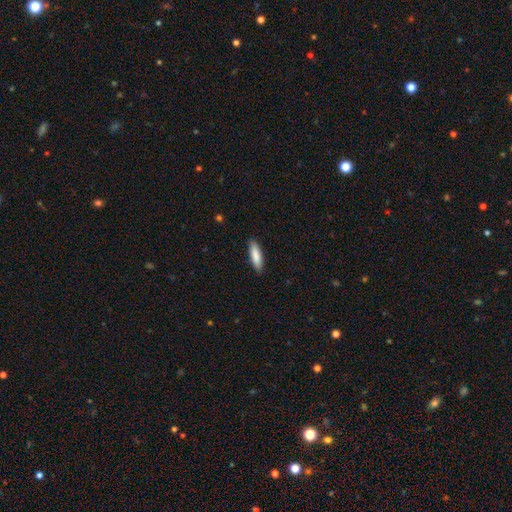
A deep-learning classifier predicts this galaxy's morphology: A smooth galaxy with no disk features (86%) that is cigar-shaped (61%). Merging: none (89%).